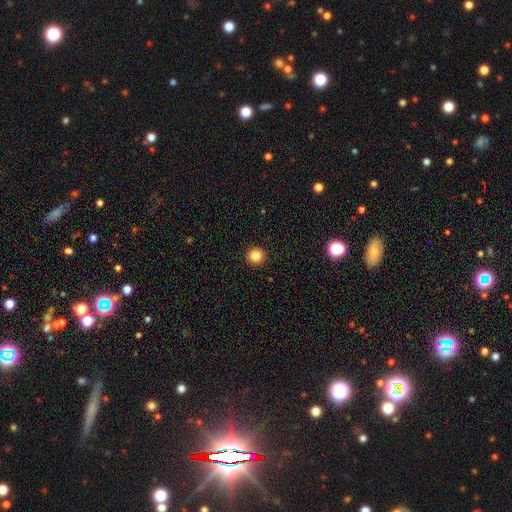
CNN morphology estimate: type=smooth (84%); roundness=round (95%); merging=none (94%).